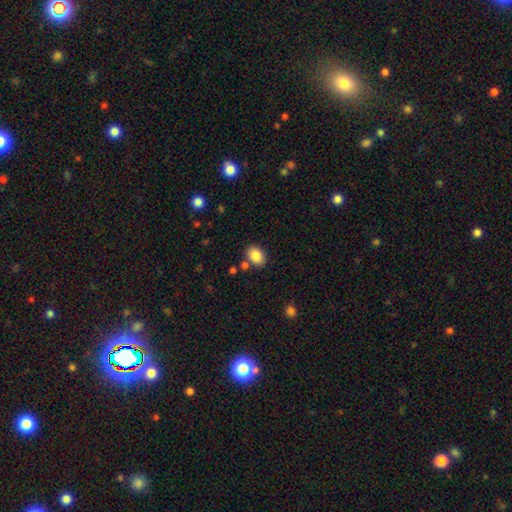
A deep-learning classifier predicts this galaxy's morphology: The model was most divided on "how rounded": in between: 72%, round: 27%, cigar-shaped: 1%. More confident: smooth or featured — smooth (86%); merging — none (79%).